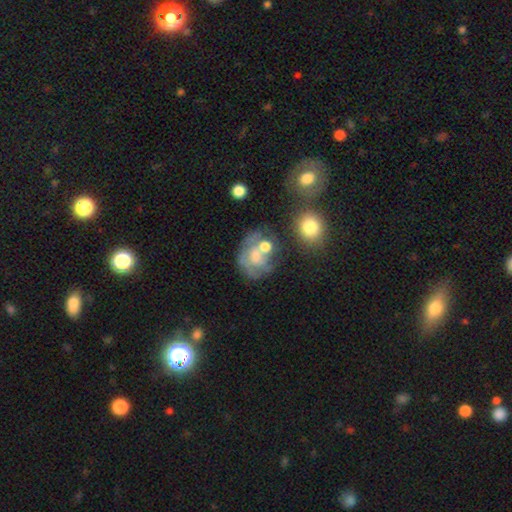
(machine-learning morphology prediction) Smooth or featured? Predicted: featured or disk (p=0.52). Edge-on disk? Predicted: no (p=0.97). Bar? Predicted: no (p=0.78). Spiral arms? Predicted: no (p=0.61). Bulge size? Predicted: moderate (p=0.44). Merging? Predicted: none (p=0.36).